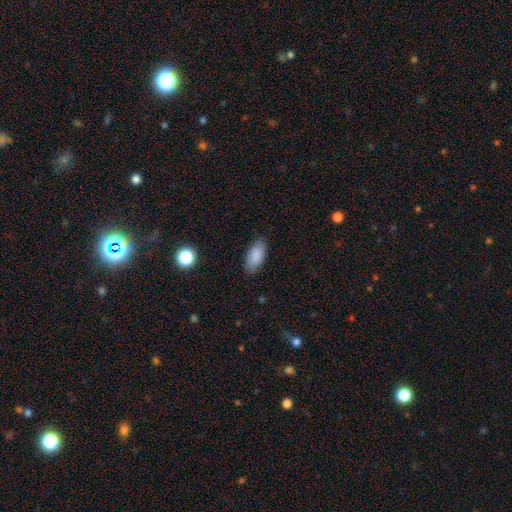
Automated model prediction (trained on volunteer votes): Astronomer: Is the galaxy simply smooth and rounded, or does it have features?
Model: smooth — 88%.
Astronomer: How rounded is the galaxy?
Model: in between — 90%.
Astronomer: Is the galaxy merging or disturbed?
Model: none — 85%.